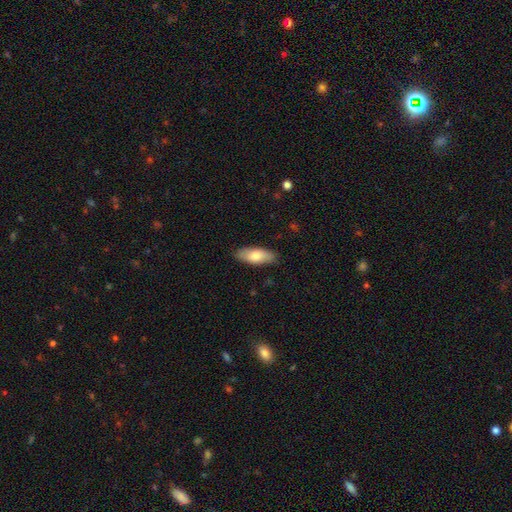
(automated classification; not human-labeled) A smooth galaxy with no disk features (79%) that is in between round and cigar-shaped (79%).

Vote fractions:
- Smooth or featured? smooth: 79% / featured or disk: 16% / star or artifact: 6%
- How rounded? in between: 79% / cigar-shaped: 19% / round: 2%
- Merging? none: 85% / minor disturbance: 12% / major disturbance: 2% / merger: 1%